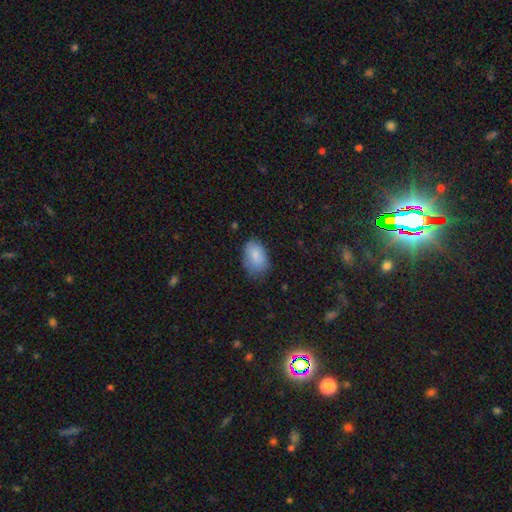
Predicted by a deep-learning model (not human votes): A smooth galaxy with no disk features (84%) that is in between round and cigar-shaped (89%). Merging: none (64%).